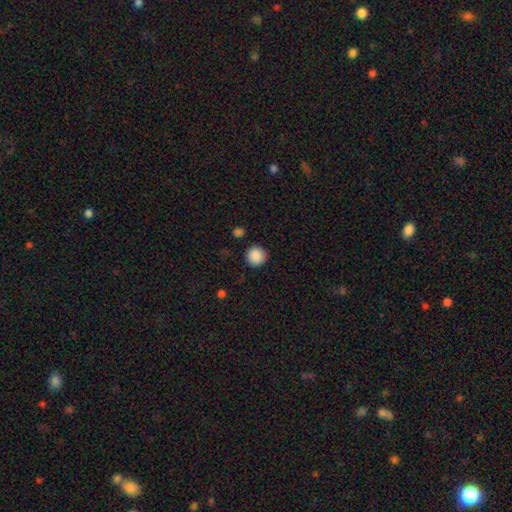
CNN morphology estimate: A smooth galaxy with no disk features (89%) that is round (95%). Merging: none (90%).